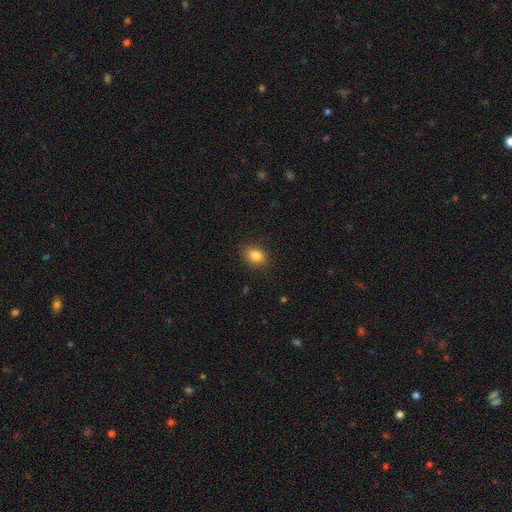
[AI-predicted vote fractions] This is clearly a smooth galaxy (84%). How rounded: likely in between (70%). Merging: clearly none (86%).